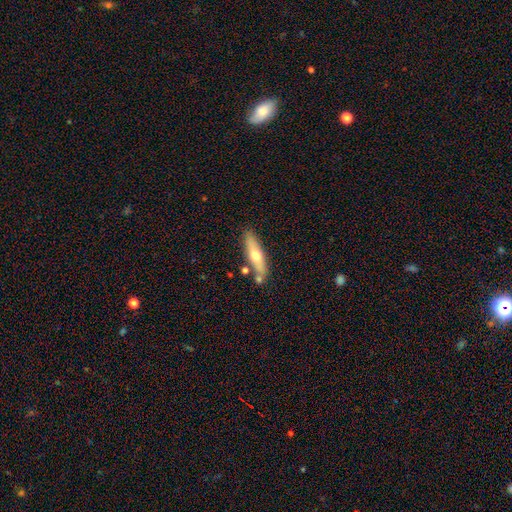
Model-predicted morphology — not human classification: Smooth or featured? Predicted: smooth (p=0.54). How rounded? Predicted: cigar-shaped (p=0.64). Merging? Predicted: none (p=0.73).